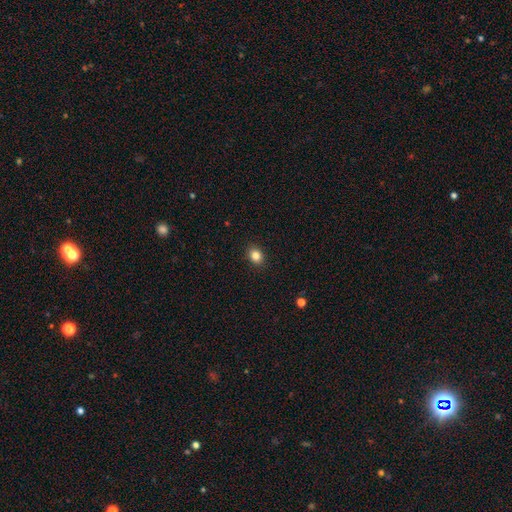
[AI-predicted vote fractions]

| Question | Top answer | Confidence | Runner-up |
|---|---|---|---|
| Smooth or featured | smooth | 84% | star or artifact (11%) |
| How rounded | in between | 50% | round (49%) |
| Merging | none | 90% | minor disturbance (7%) |